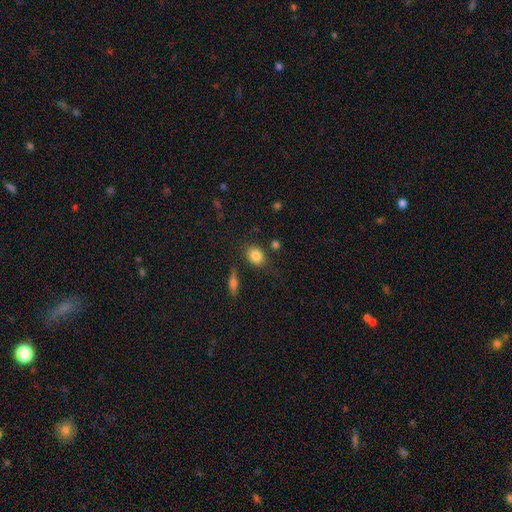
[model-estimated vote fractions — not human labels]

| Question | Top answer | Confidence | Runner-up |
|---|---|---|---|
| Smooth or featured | smooth | 83% | star or artifact (9%) |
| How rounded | in between | 59% | round (39%) |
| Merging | none | 78% | minor disturbance (13%) |